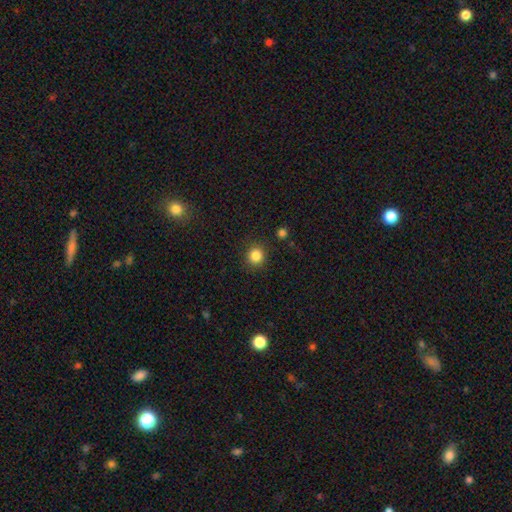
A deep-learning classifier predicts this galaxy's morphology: Smooth or featured? Predicted: smooth (p=0.84). How rounded? Predicted: round (p=0.92). Merging? Predicted: none (p=0.90).